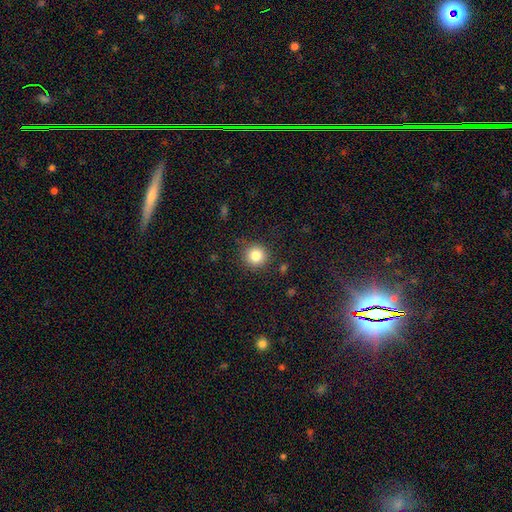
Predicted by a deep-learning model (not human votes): A smooth galaxy with no disk features (83%) that is round (93%).

Vote fractions:
- Smooth or featured? smooth: 83% / star or artifact: 11% / featured or disk: 6%
- How rounded? round: 93% / in between: 6% / cigar-shaped: 1%
- Merging? none: 87% / minor disturbance: 9% / major disturbance: 3% / merger: 2%